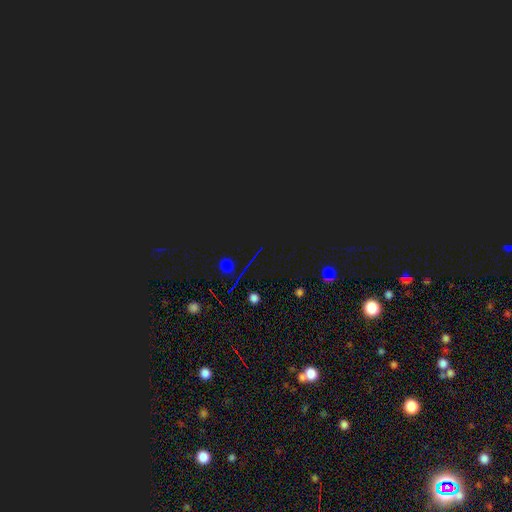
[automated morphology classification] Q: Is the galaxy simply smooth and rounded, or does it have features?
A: star or artifact — 77%.